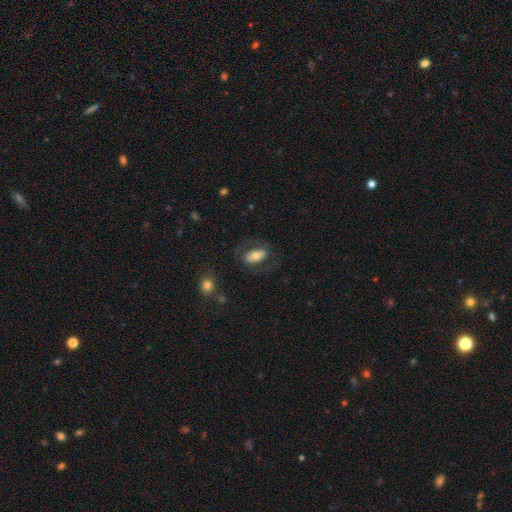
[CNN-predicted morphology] smooth_or_featured: smooth (p=0.59) [alt: featured or disk p=0.34]
how_rounded: in between (p=0.90) [alt: round p=0.06]
merging: none (p=0.68) [alt: major disturbance p=0.16]